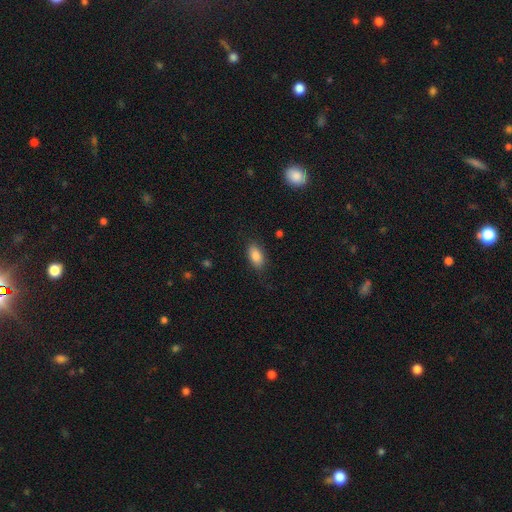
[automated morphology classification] A smooth galaxy with no disk features (85%) that is in between round and cigar-shaped (91%). Merging: none (82%).